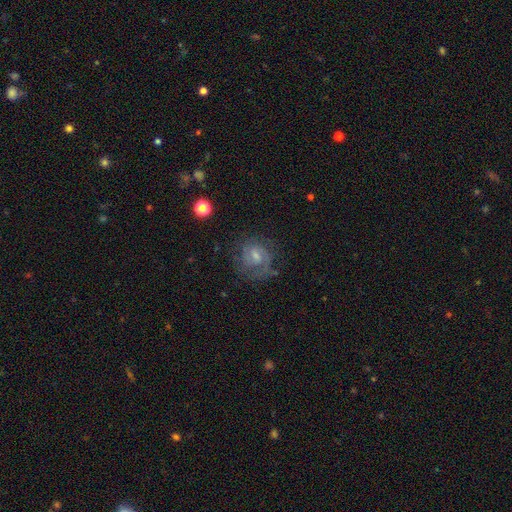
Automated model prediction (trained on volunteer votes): Q: Smooth or featured?
A: featured or disk (66%); runner-up: smooth (21%)
Q: Edge-on disk?
A: no (97%); runner-up: yes (3%)
Q: Bar?
A: weak (46%); runner-up: no (45%)
Q: Spiral arms?
A: yes (86%); runner-up: no (14%)
Q: Spiral winding?
A: tight (50%); runner-up: medium (38%)
Q: Spiral arm count?
A: 2 (44%); runner-up: can't tell (33%)
Q: Bulge size?
A: small (49%); runner-up: moderate (38%)
Q: Merging?
A: none (67%); runner-up: minor disturbance (18%)